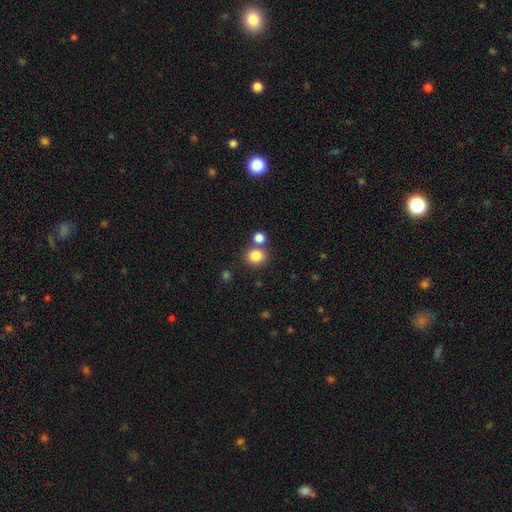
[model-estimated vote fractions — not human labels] This appears to be a smooth galaxy with no disk features (84%) that is round (81%). Merging: none (66%).